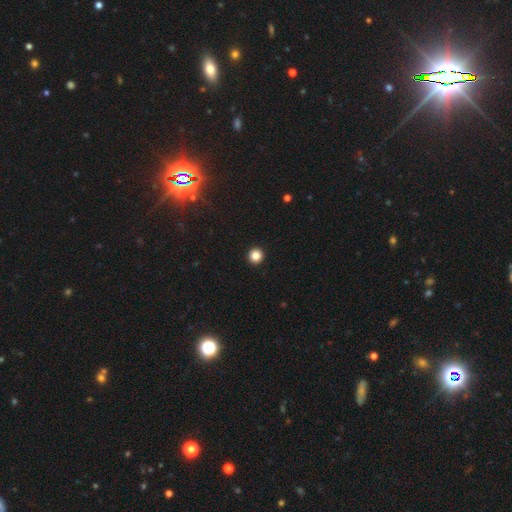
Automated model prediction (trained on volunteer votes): Morphology: type=smooth (85%); roundness=round (95%); merging=none (94%).